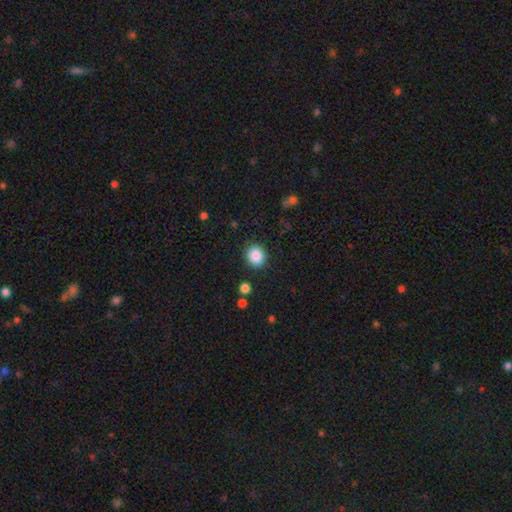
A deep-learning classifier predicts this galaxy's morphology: Smooth or featured? smooth (87%)
How rounded? round (71%)
Merging? none (87%)